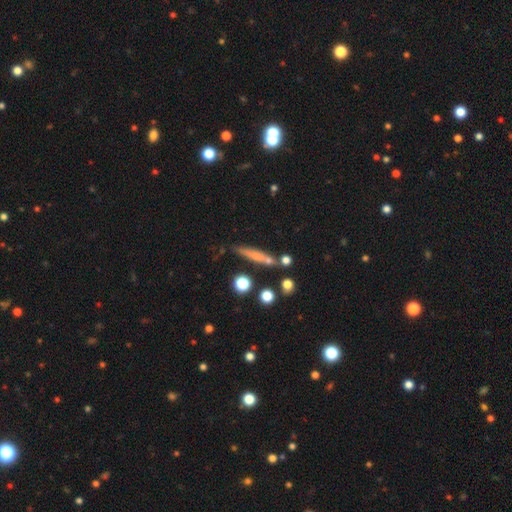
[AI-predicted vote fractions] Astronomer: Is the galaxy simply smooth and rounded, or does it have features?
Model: smooth — 62%.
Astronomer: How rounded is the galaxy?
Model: cigar-shaped — 88%.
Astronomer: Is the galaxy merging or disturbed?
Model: none — 70%.